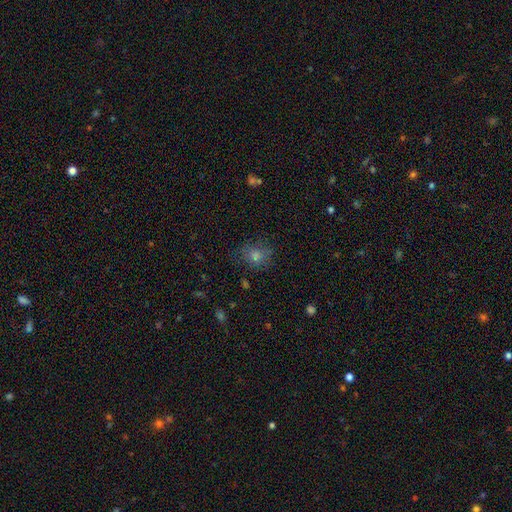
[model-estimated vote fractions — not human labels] smooth 68%, star or artifact 21%, featured or disk 11%. Down the decision tree: how rounded — round (68%); merging — none (74%).